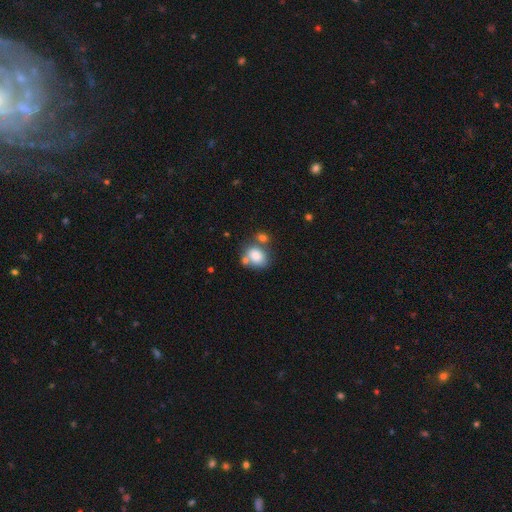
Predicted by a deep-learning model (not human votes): Morphology: type=smooth (82%); roundness=in between (56%); merging=none (50%).